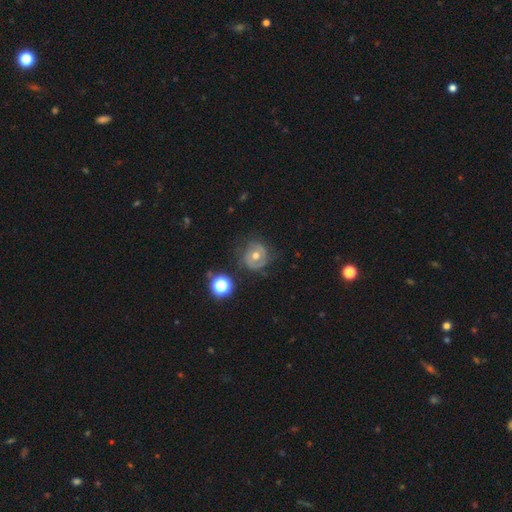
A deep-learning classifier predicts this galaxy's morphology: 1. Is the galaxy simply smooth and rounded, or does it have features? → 63% featured or disk, 26% smooth, 11% star or artifact.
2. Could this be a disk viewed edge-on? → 97% no, 3% yes.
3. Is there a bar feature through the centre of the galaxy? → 72% no, 21% weak, 6% strong.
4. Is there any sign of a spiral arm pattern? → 72% yes, 28% no.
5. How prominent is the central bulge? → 77% moderate, 16% small, 5% large, 1% none, 1% dominant.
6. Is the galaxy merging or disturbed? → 73% none, 17% minor disturbance, 8% major disturbance, 2% merger.